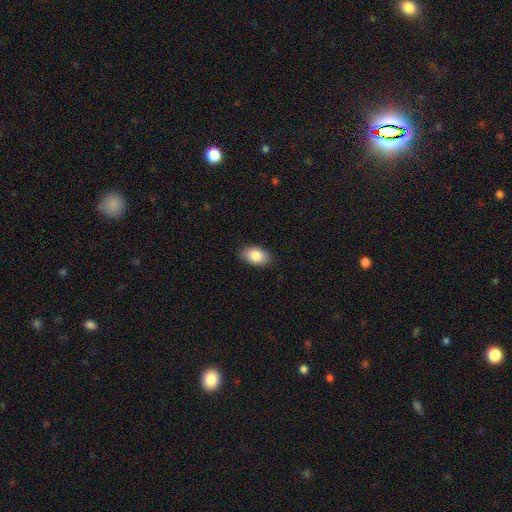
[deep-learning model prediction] Smooth or featured? Predicted: smooth (p=0.87). How rounded? Predicted: in between (p=0.91). Merging? Predicted: none (p=0.87).